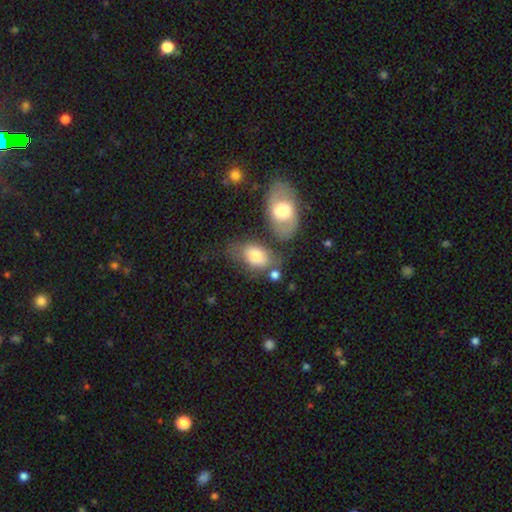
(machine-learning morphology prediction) Overall: smooth (72%). How rounded: in between (88%). Merging: none (43%; minor disturbance 23%).